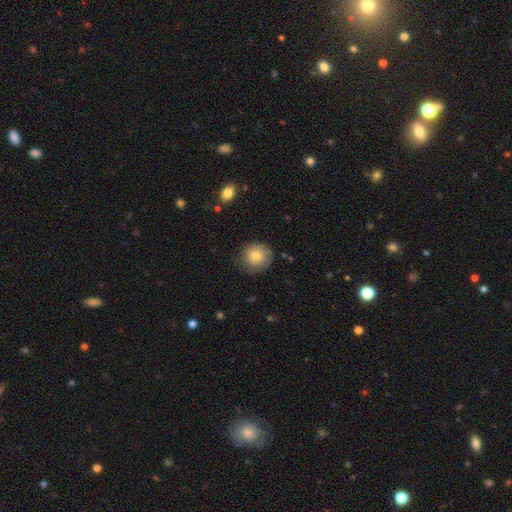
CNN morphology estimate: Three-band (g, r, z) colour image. It shows a smooth galaxy with no disk features (77%) that is round (92%). Merging: none (77%).